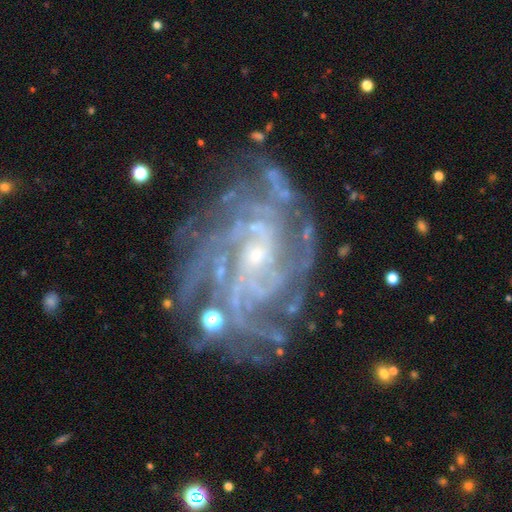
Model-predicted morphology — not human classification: Smooth or featured?
  - featured or disk: 90% *
  - star or artifact: 6%
  - smooth: 4%
Edge-on disk?
  - no: 97% *
  - yes: 3%
Bar?
  - no: 56% *
  - weak: 33%
  - strong: 11%
Spiral arms?
  - yes: 98% *
  - no: 2%
Spiral winding?
  - tight: 69% *
  - medium: 26%
  - loose: 5%
Spiral arm count?
  - more than 4: 27% *
  - 4: 24%
  - can't tell: 22%
  - 3: 11%
  - 2: 9%
  - 1: 8%
Bulge size?
  - small: 77% *
  - moderate: 16%
  - none: 4%
  - large: 1%
  - dominant: 1%
Merging?
  - none: 74% *
  - minor disturbance: 15%
  - major disturbance: 8%
  - merger: 3%